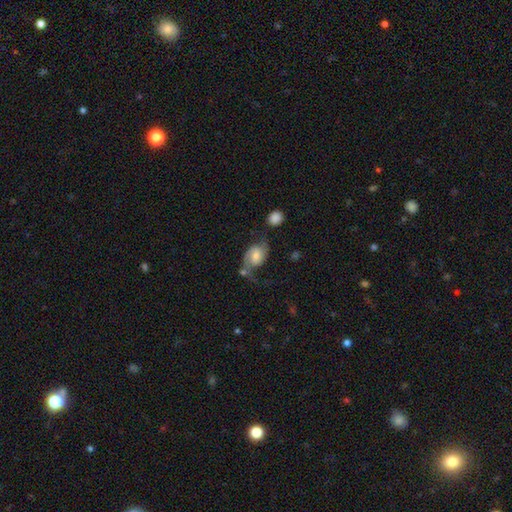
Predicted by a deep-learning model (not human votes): Smooth or featured: featured or disk — 71% (smooth — 22%)
Edge-on disk: no — 97% (yes — 3%)
Bar: no — 55% (weak — 37%)
Spiral arms: yes — 93% (no — 7%)
Spiral winding: loose — 49% (medium — 38%)
Spiral arm count: 2 — 83% (1 — 10%)
Bulge size: moderate — 48% (small — 26%)
Merging: none — 42% (major disturbance — 24%)